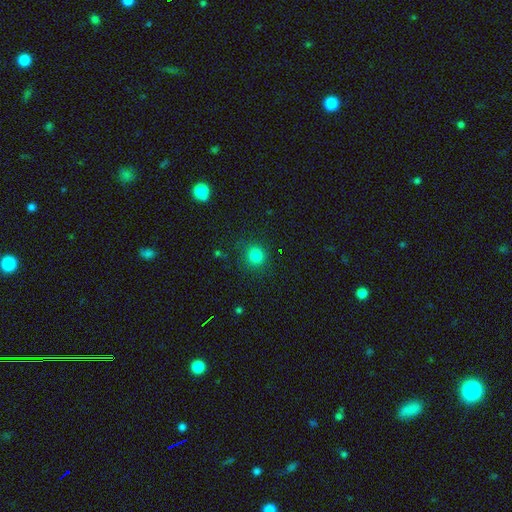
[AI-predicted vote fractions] Smooth or featured? Predicted: smooth (p=0.83). How rounded? Predicted: round (p=0.90). Merging? Predicted: none (p=0.86).